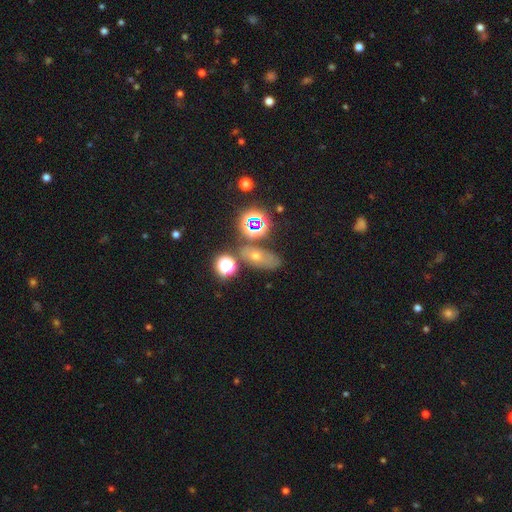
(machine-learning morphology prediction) A star or artifact, not a galaxy (45%).